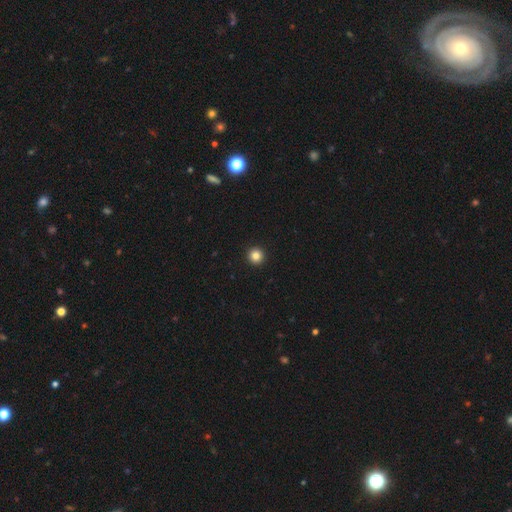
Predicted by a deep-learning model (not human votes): Smooth or featured? smooth (85%)
How rounded? round (96%)
Merging? none (95%)